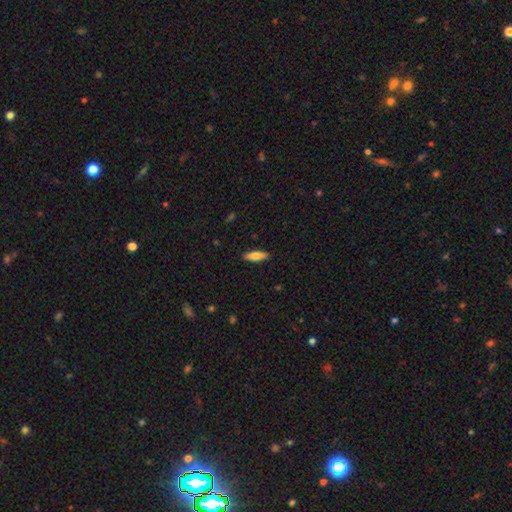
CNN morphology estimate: A smooth galaxy with no disk features (76%) that is in between round and cigar-shaped (51%). Merging: none (89%).